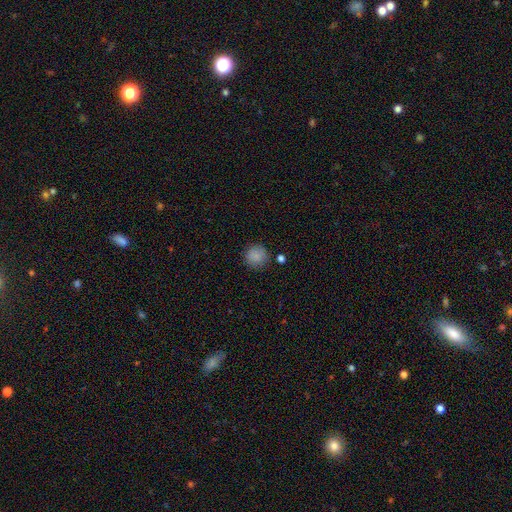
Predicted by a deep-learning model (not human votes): Overall: smooth (86%). How rounded: round (93%). Merging: none (85%).